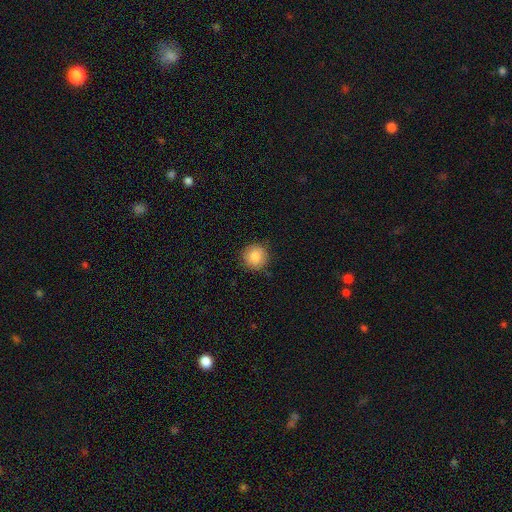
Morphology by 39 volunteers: This appears to be a smooth galaxy with no disk features (90%) that is round (94%). Merging: none (87%).